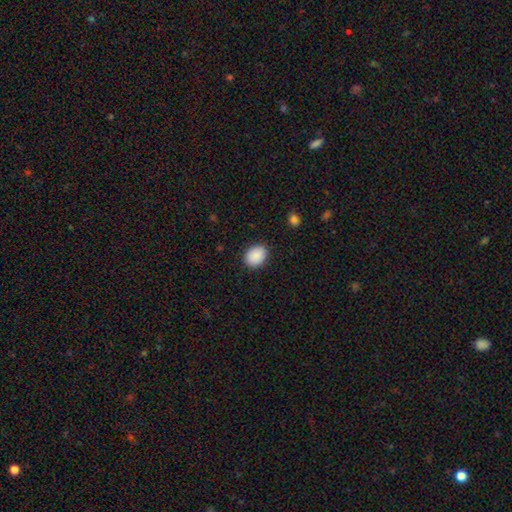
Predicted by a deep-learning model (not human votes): smooth 90%, star or artifact 7%, featured or disk 3%. Down the decision tree: how rounded — in between (62%); merging — none (88%).